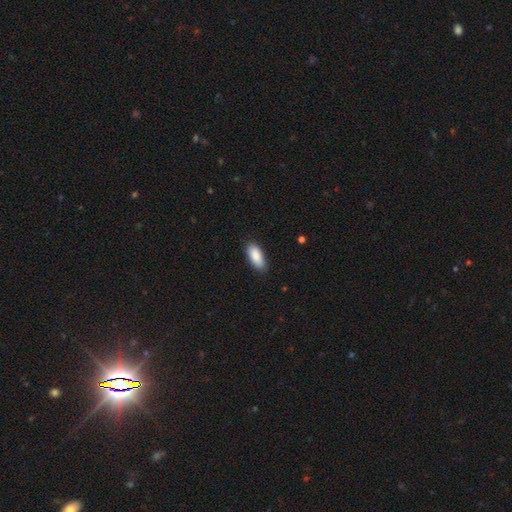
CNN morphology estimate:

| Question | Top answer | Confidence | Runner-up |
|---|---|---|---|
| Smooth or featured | smooth | 88% | star or artifact (6%) |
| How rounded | in between | 85% | cigar-shaped (13%) |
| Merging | none | 85% | minor disturbance (12%) |